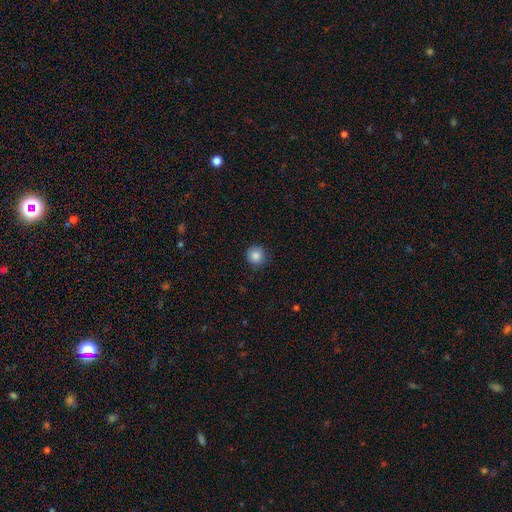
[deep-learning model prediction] This appears to be a smooth galaxy with no disk features (86%) that is round (95%). Merging: none (88%).